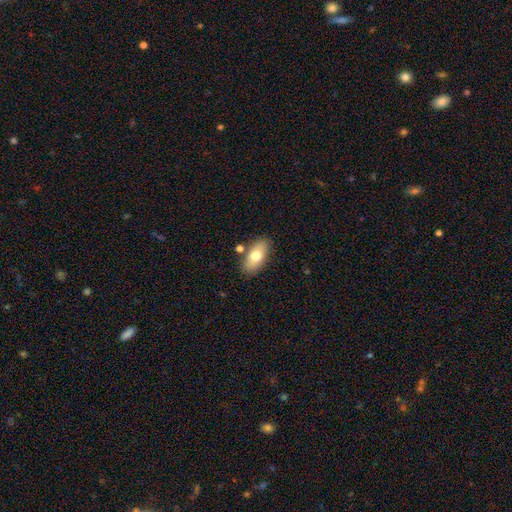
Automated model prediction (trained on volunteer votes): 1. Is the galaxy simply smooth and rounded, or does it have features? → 74% smooth, 19% featured or disk, 7% star or artifact.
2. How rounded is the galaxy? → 90% in between, 6% cigar-shaped, 4% round.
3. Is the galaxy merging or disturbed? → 79% none, 12% minor disturbance, 6% merger, 3% major disturbance.